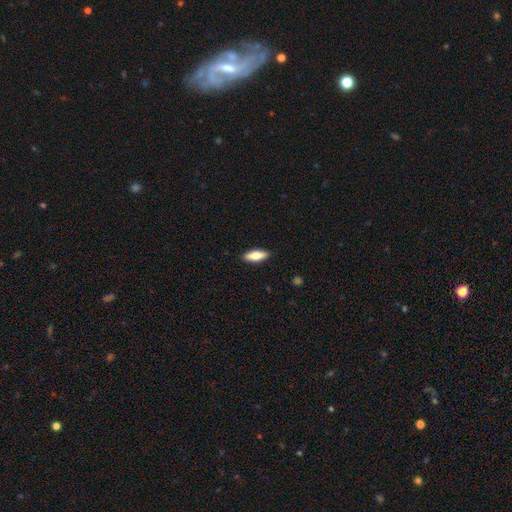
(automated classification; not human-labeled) A smooth galaxy with no disk features (71%) that is in between round and cigar-shaped (63%). Merging: none (89%).